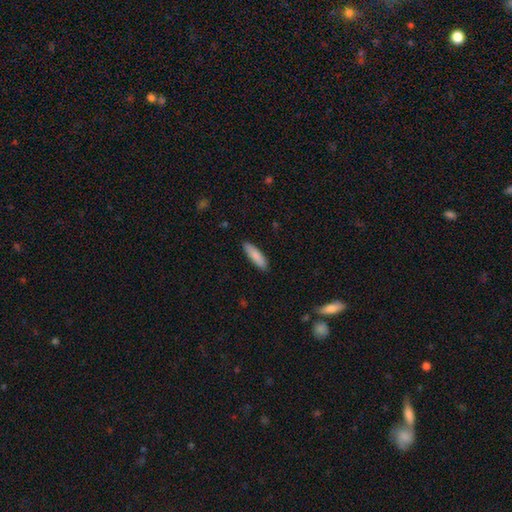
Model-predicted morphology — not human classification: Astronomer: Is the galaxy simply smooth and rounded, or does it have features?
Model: smooth — 86%.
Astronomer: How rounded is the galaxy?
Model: cigar-shaped — 64%.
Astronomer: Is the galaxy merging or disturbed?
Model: none — 88%.